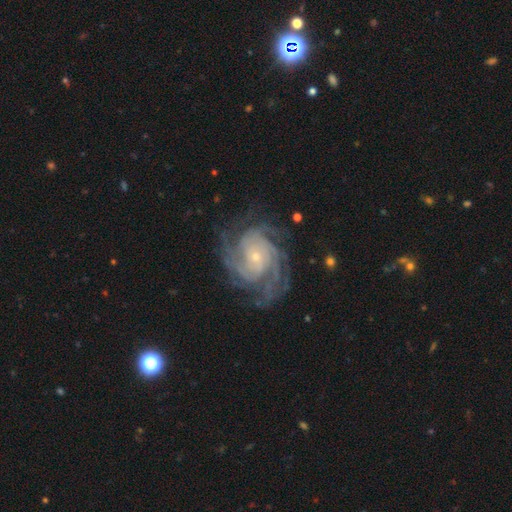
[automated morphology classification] Overall: featured or disk (89%). Edge-on disk: no (98%). Bar: no (68%). Spiral arms: yes (98%). Spiral arm count: 4 (29%; 3 25%). Spiral winding: tight (64%; medium 32%). Bulge size: small (75%). Merging: none (76%).